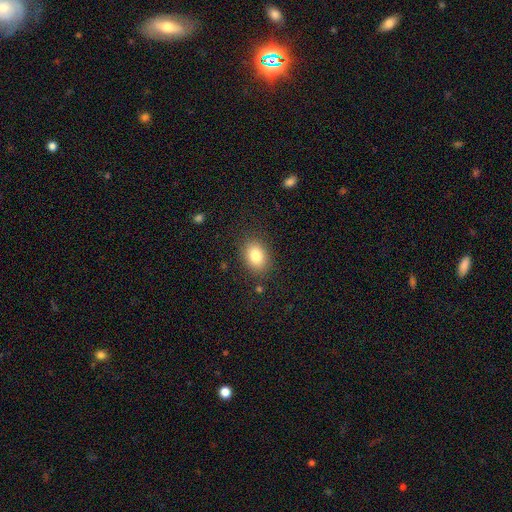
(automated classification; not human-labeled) Morphology: type=smooth (83%); roundness=in between (76%); merging=none (85%).